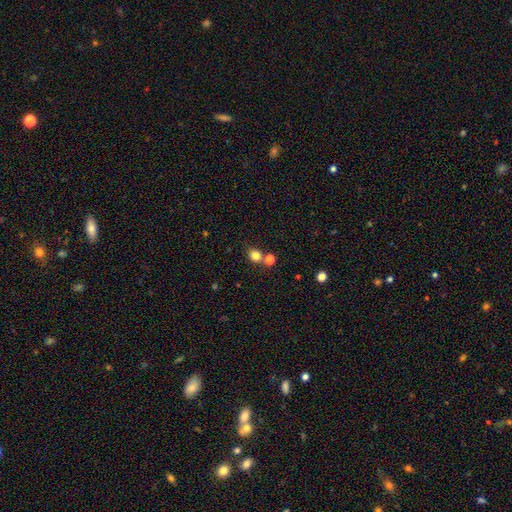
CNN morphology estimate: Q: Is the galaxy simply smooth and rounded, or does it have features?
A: smooth — 80%.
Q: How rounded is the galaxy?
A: round — 76%.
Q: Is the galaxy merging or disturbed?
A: none — 67%.